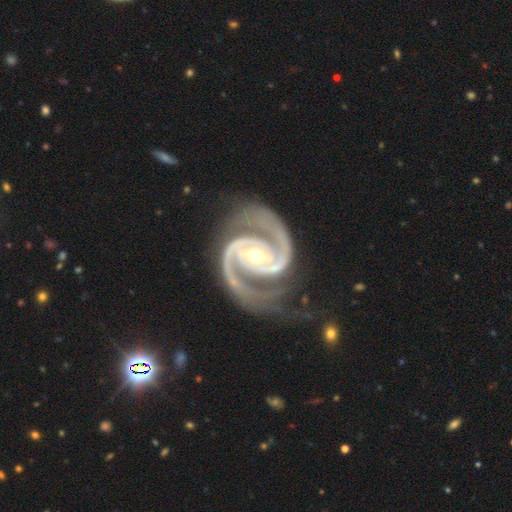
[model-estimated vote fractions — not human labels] This appears to be a featured or disk galaxy (95%) with a strong bar (36%), 2 (92%) tight (49%) spiral arms (99%) and a moderate central bulge (58%). Merging: none (66%).